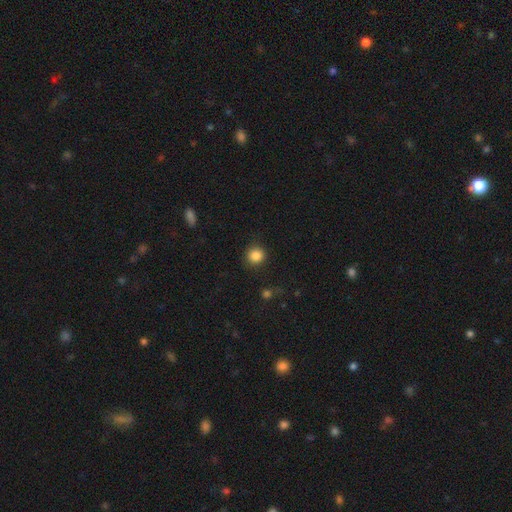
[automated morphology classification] A smooth galaxy with no disk features (86%) that is round (91%). Merging: none (87%).